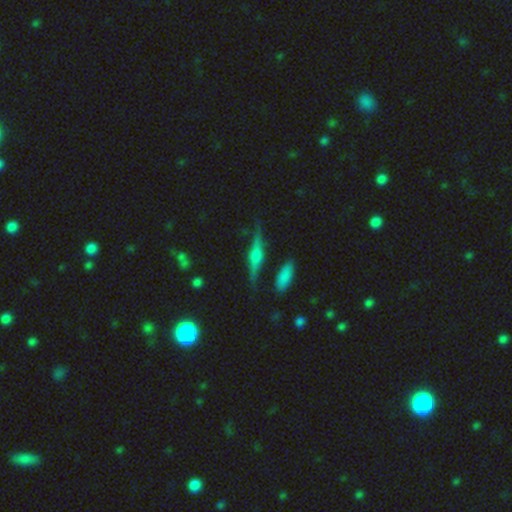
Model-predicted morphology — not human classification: type=featured or disk (74%); edge-on=yes (96%); edge-on bulge=rounded (87%); merging=none (83%).